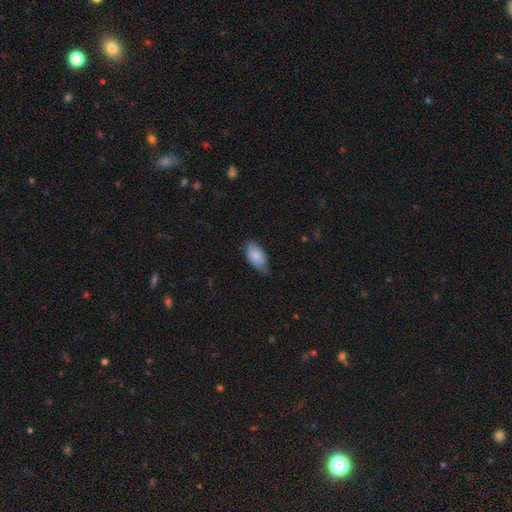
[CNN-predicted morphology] Smooth or featured? Predicted: smooth (p=0.79). How rounded? Predicted: in between (p=0.94). Merging? Predicted: none (p=0.64).